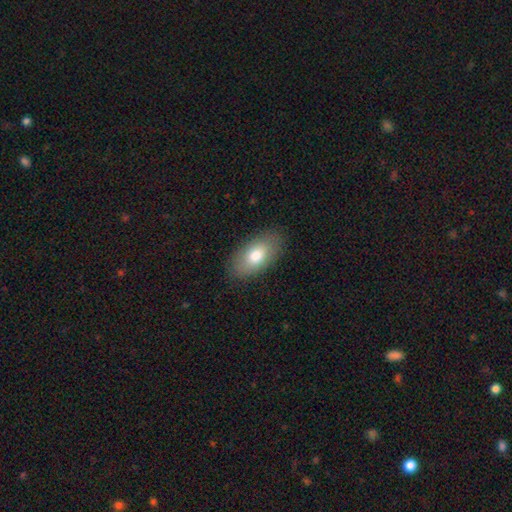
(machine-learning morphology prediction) Overall: smooth (75%). How rounded: in between (93%). Merging: none (85%).